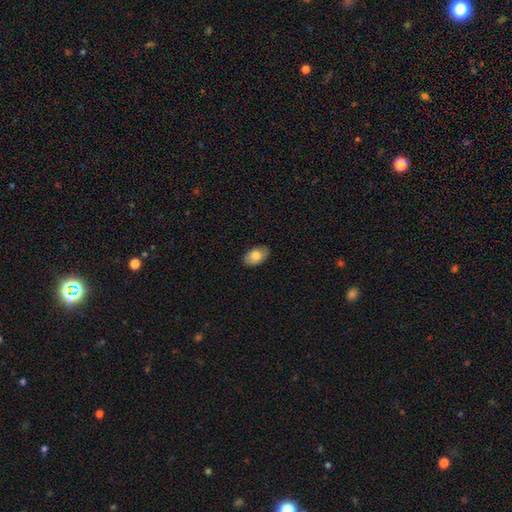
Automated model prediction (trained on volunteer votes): The model was most divided on "smooth or featured": smooth: 78%, featured or disk: 15%, star or artifact: 7%. More confident: how rounded — in between (92%); merging — none (87%).